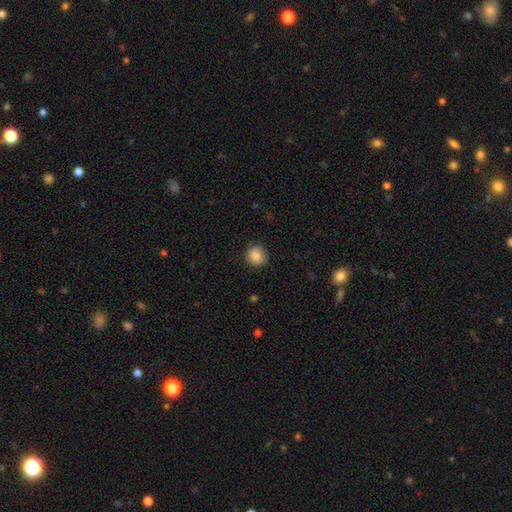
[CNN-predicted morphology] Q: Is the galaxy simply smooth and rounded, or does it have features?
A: smooth — 86%.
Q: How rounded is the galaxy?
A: round — 85%.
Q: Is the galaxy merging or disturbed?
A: none — 85%.